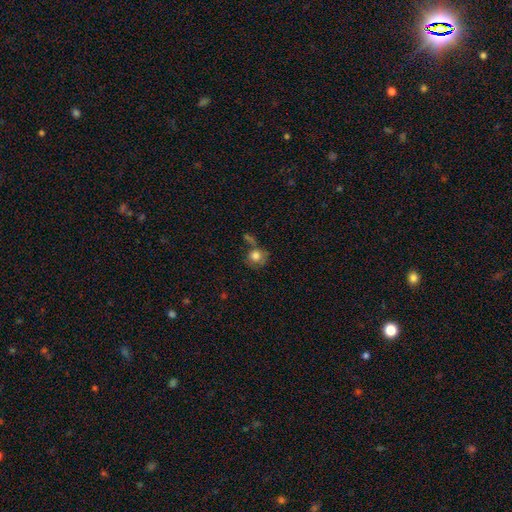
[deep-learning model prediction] smooth 76%, featured or disk 14%, star or artifact 10%. Down the decision tree: how rounded — round (76%); merging — none (45%).